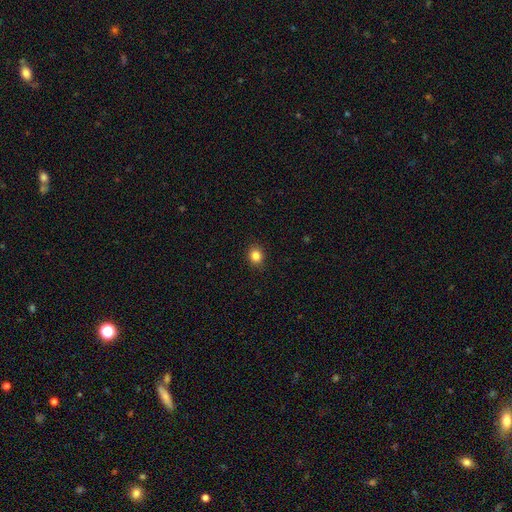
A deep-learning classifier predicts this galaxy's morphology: Overall: smooth (85%). How rounded: round (70%). Merging: none (89%).